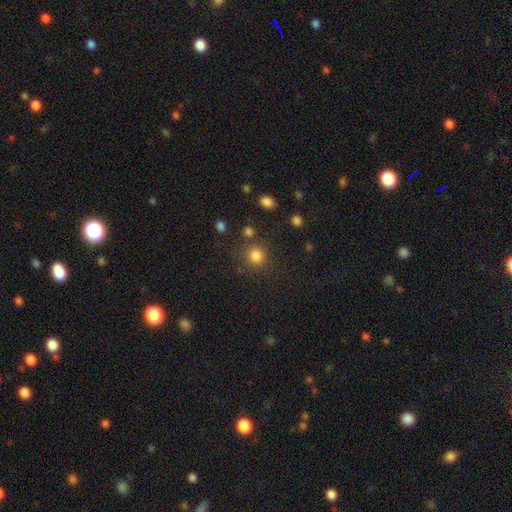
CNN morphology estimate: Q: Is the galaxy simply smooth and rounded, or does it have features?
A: smooth — 82%.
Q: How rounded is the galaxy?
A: round — 89%.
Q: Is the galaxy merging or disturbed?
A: none — 78%.